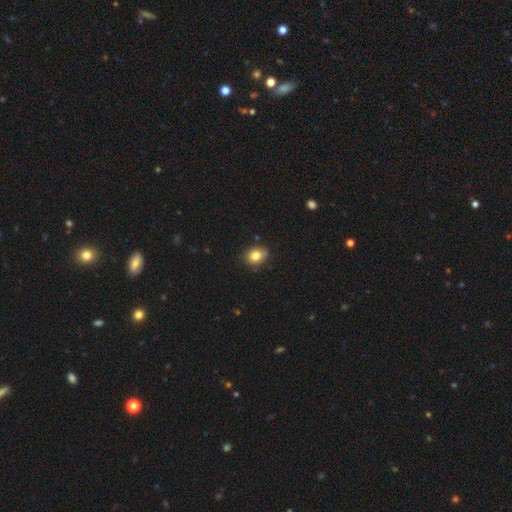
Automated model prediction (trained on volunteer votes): A smooth galaxy with no disk features (80%) that is round (54%).

Vote fractions:
- Smooth or featured? smooth: 80% / star or artifact: 10% / featured or disk: 9%
- How rounded? round: 54% / in between: 45% / cigar-shaped: 1%
- Merging? none: 79% / minor disturbance: 17% / major disturbance: 3% / merger: 2%